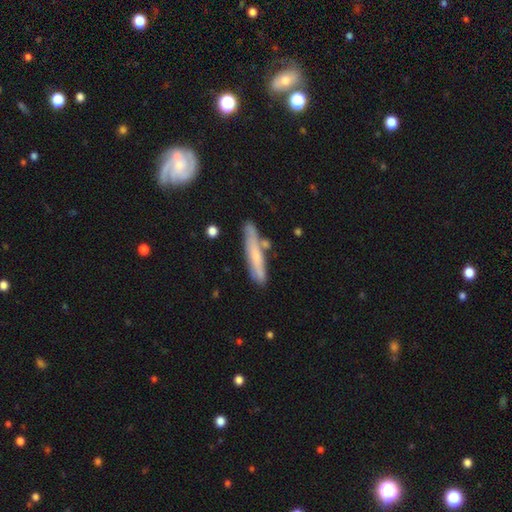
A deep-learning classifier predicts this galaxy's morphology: A smooth galaxy with no disk features (53%) that is cigar-shaped (90%). Merging: none (73%).